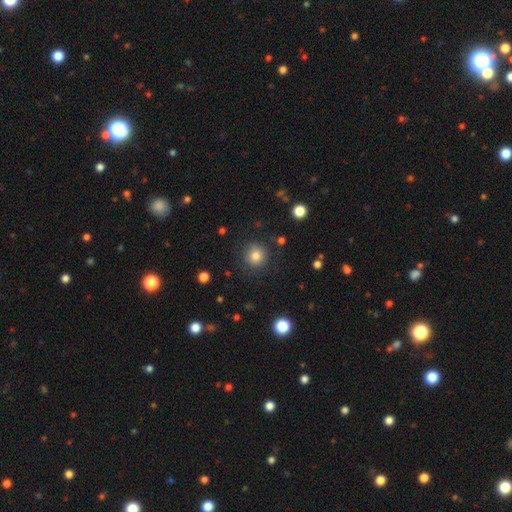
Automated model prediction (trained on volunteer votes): Smooth or featured: smooth — 80% (star or artifact — 12%)
How rounded: round — 93% (in between — 6%)
Merging: none — 86% (minor disturbance — 9%)